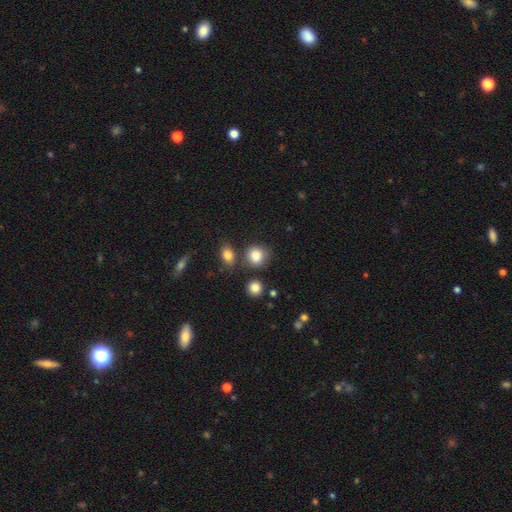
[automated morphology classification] The model was most divided on "how rounded": round: 75%, in between: 24%, cigar-shaped: 1%. More confident: smooth or featured — smooth (85%); merging — none (69%).